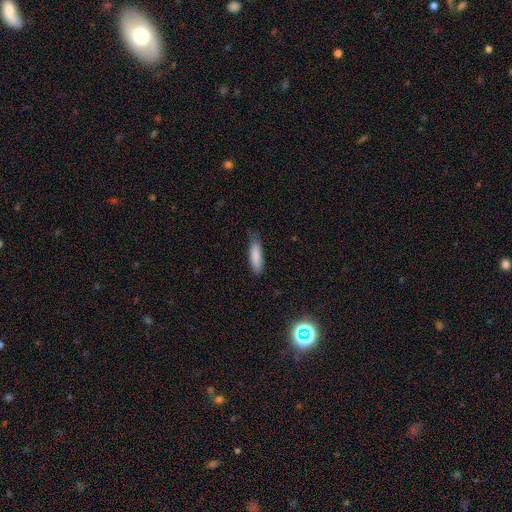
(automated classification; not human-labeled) Smooth or featured? Predicted: smooth (p=0.85). How rounded? Predicted: cigar-shaped (p=0.60). Merging? Predicted: none (p=0.71).